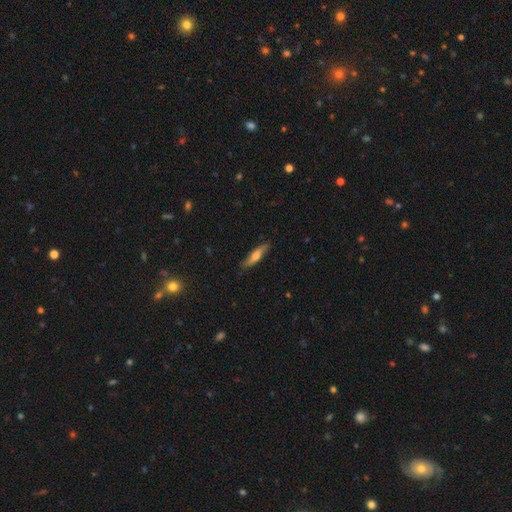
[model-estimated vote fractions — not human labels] smooth-or-featured: smooth: 56% | featured or disk: 38% | star or artifact: 6%
  how-rounded: cigar-shaped: 75% | in between: 23% | round: 2%
  merging: none: 81% | minor disturbance: 15% | major disturbance: 3% | merger: 1%